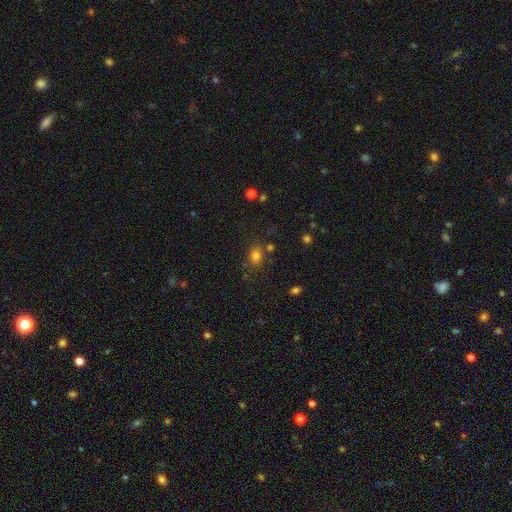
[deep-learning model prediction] smooth-or-featured: smooth: 78% | star or artifact: 15% | featured or disk: 7%
  how-rounded: in between: 61% | round: 37% | cigar-shaped: 1%
  merging: none: 74% | minor disturbance: 13% | merger: 8% | major disturbance: 5%